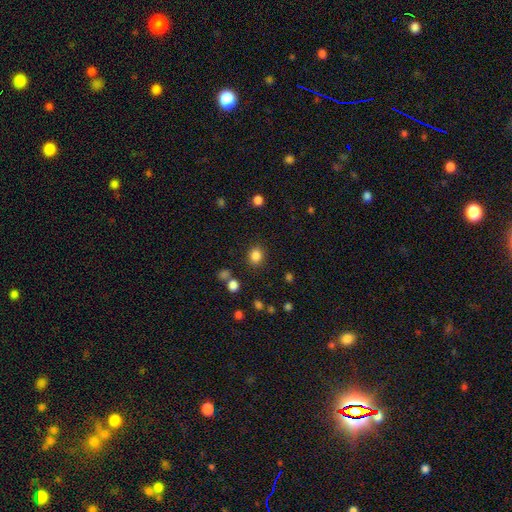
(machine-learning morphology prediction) smooth_or_featured: smooth (p=0.84) [alt: star or artifact p=0.12]
how_rounded: round (p=0.63) [alt: in between p=0.36]
merging: none (p=0.86) [alt: minor disturbance p=0.08]